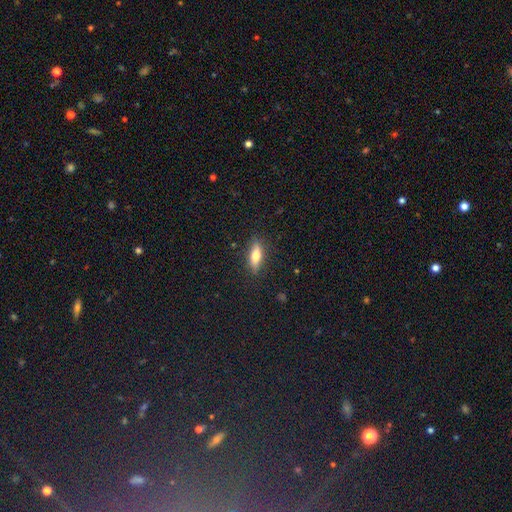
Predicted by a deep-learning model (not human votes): Smooth or featured?
  - smooth: 63% *
  - featured or disk: 30%
  - star or artifact: 7%
How rounded?
  - in between: 55% *
  - cigar-shaped: 42%
  - round: 3%
Merging?
  - none: 86% *
  - minor disturbance: 11%
  - major disturbance: 3%
  - merger: 1%